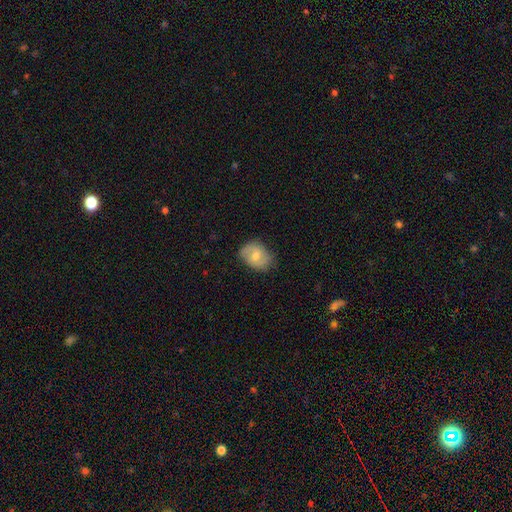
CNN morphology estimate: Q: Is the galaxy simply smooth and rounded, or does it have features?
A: smooth — 55%.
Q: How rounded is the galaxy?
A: in between — 63%.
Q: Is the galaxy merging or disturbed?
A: none — 71%.